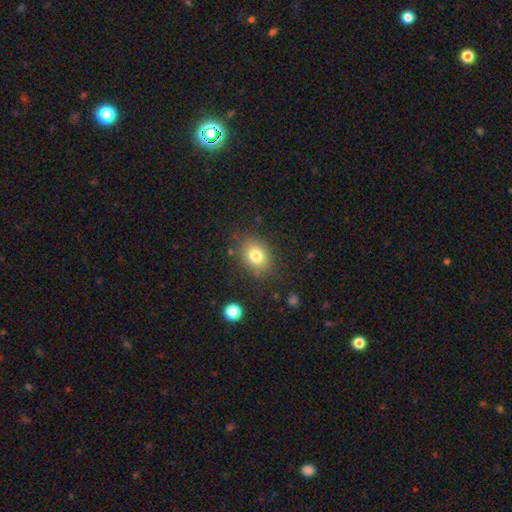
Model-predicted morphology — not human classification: Smooth or featured?
  - smooth: 79% *
  - star or artifact: 11%
  - featured or disk: 10%
How rounded?
  - in between: 53% *
  - round: 46%
  - cigar-shaped: 1%
Merging?
  - none: 81% *
  - minor disturbance: 12%
  - major disturbance: 4%
  - merger: 2%